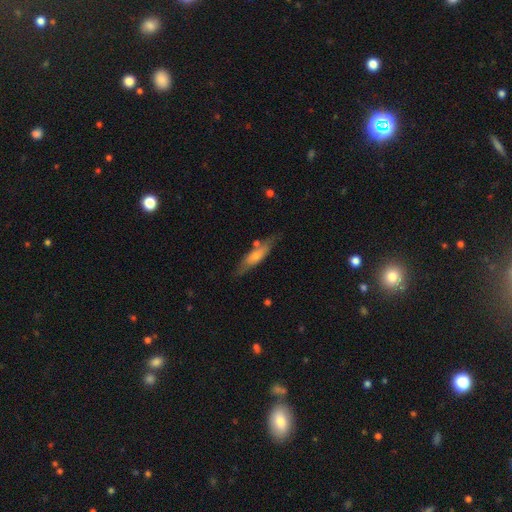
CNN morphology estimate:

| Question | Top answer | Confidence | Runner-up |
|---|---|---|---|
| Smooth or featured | smooth | 53% | featured or disk (42%) |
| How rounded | cigar-shaped | 63% | in between (35%) |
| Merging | none | 66% | minor disturbance (20%) |